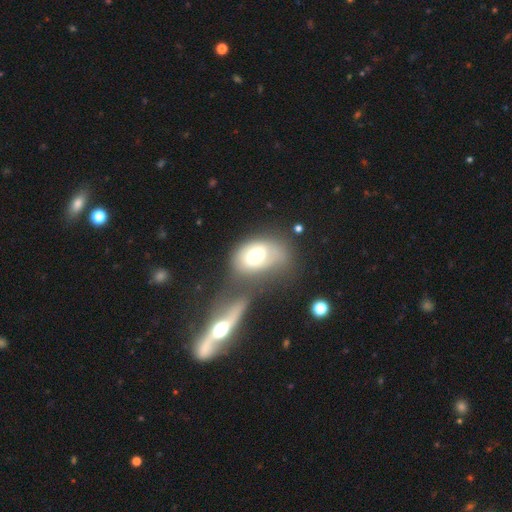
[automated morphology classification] Smooth or featured?
  - smooth: 57% *
  - featured or disk: 35%
  - star or artifact: 8%
How rounded?
  - in between: 82% *
  - round: 17%
  - cigar-shaped: 2%
Merging?
  - merger: 33% *
  - none: 30%
  - minor disturbance: 19%
  - major disturbance: 18%